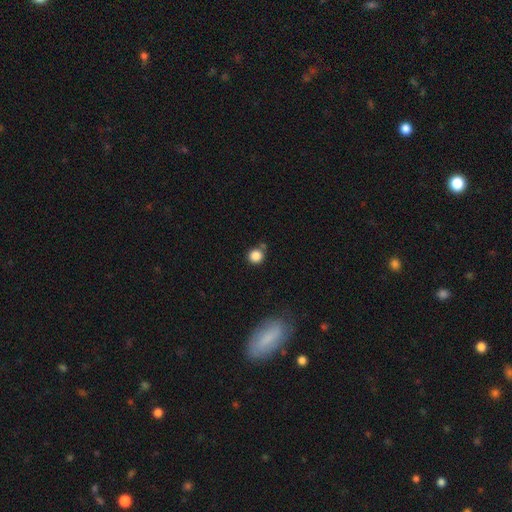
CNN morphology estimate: type=smooth (85%); roundness=round (90%); merging=none (73%).